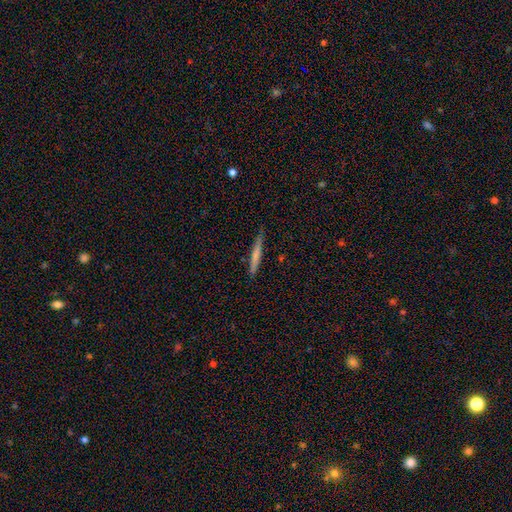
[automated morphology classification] Smooth or featured? smooth (62%)
How rounded? cigar-shaped (95%)
Merging? none (84%)